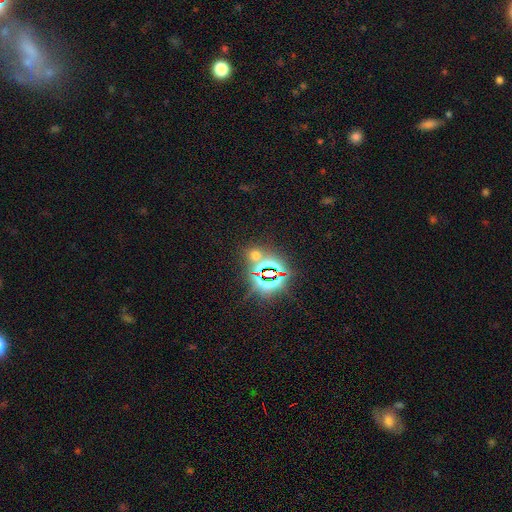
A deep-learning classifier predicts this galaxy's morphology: Q: Smooth or featured?
A: star or artifact (60%); runner-up: smooth (33%)